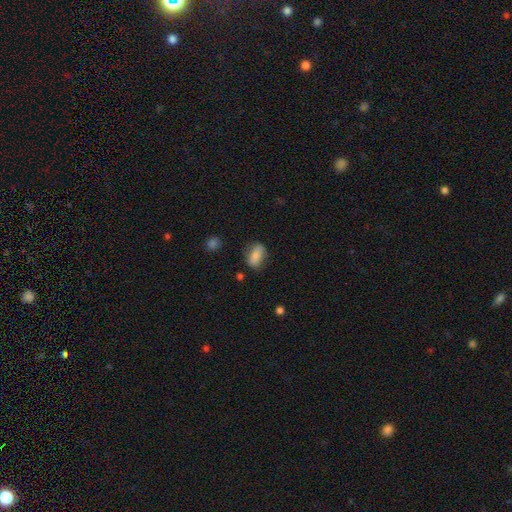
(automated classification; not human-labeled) The model was most divided on "merging": none: 75%, minor disturbance: 19%, major disturbance: 5%, merger: 2%. More confident: how rounded — in between (84%); smooth or featured — smooth (78%).